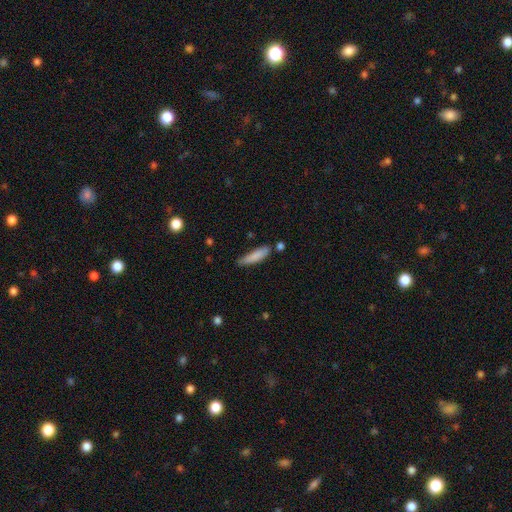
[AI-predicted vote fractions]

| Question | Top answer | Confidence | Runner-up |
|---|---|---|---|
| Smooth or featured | smooth | 84% | featured or disk (10%) |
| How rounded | cigar-shaped | 76% | in between (23%) |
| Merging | none | 66% | minor disturbance (23%) |